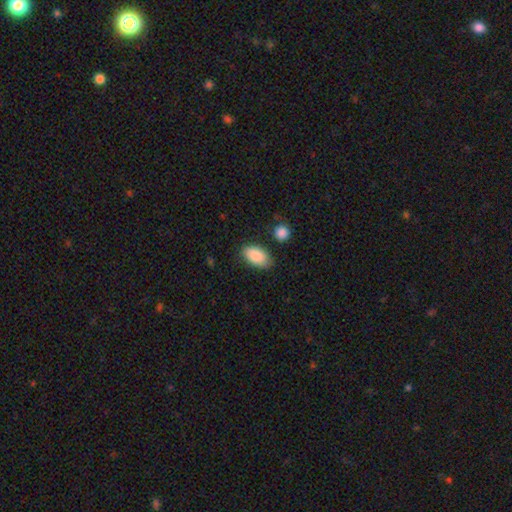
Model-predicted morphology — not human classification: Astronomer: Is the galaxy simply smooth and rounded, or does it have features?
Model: smooth — 87%.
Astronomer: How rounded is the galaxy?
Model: in between — 93%.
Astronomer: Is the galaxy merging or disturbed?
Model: none — 79%.